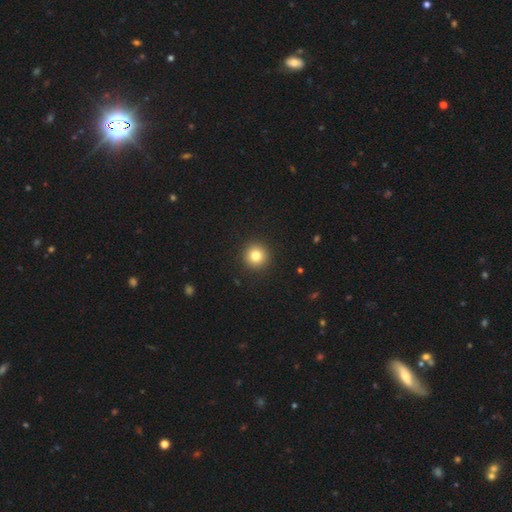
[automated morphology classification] smooth-or-featured: smooth: 82% | star or artifact: 11% | featured or disk: 7%
  how-rounded: round: 95% | in between: 4% | cigar-shaped: 1%
  merging: none: 93% | minor disturbance: 5% | major disturbance: 2% | merger: 1%